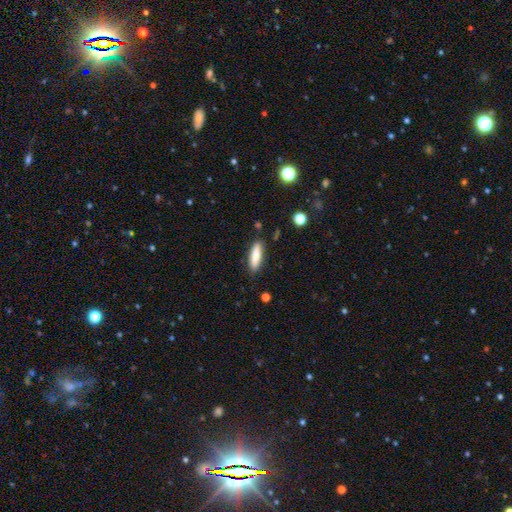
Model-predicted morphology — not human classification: Smooth or featured?
  - smooth: 77% *
  - featured or disk: 16%
  - star or artifact: 6%
How rounded?
  - cigar-shaped: 62% *
  - in between: 36%
  - round: 2%
Merging?
  - none: 85% *
  - minor disturbance: 11%
  - major disturbance: 2%
  - merger: 2%